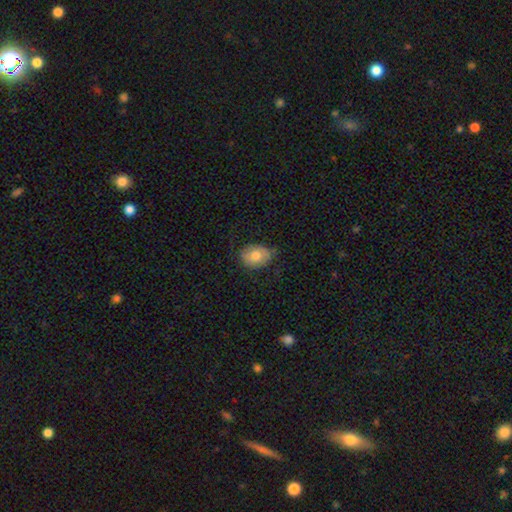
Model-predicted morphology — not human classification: A smooth galaxy with no disk features (73%) that is in between round and cigar-shaped (65%). Merging: none (67%).